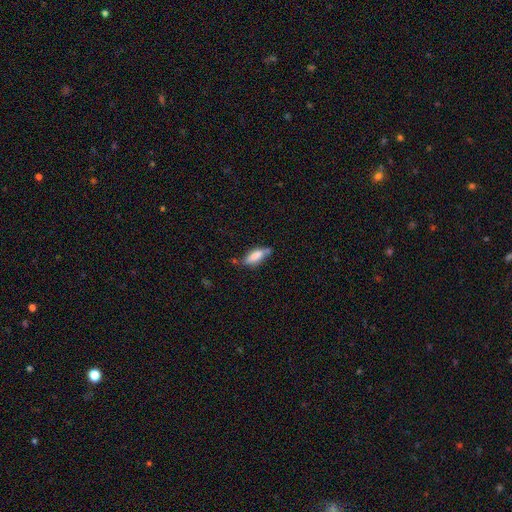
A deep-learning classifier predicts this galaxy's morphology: Q: Smooth or featured?
A: smooth (76%); runner-up: featured or disk (16%)
Q: How rounded?
A: in between (66%); runner-up: cigar-shaped (32%)
Q: Merging?
A: none (54%); runner-up: minor disturbance (28%)